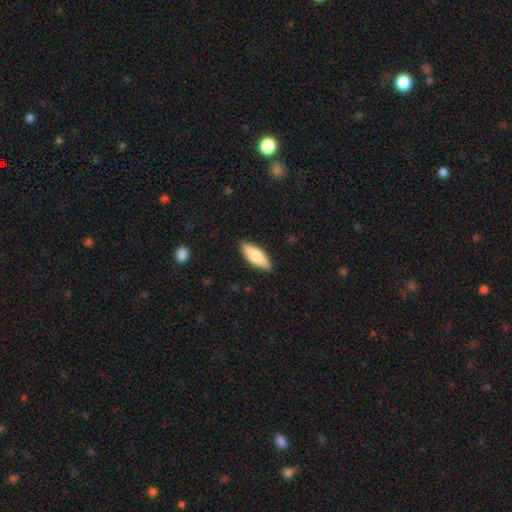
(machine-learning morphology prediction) A smooth galaxy with no disk features (74%) that is in between round and cigar-shaped (67%).

Vote fractions:
- Smooth or featured? smooth: 74% / featured or disk: 20% / star or artifact: 5%
- How rounded? in between: 67% / cigar-shaped: 31% / round: 2%
- Merging? none: 87% / minor disturbance: 10% / major disturbance: 2% / merger: 1%